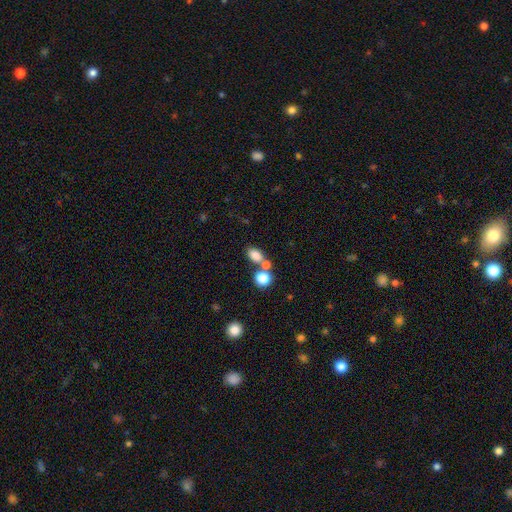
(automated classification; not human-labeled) This appears to be a smooth galaxy with no disk features (80%) that is in between round and cigar-shaped (72%). Merging: none (50%).